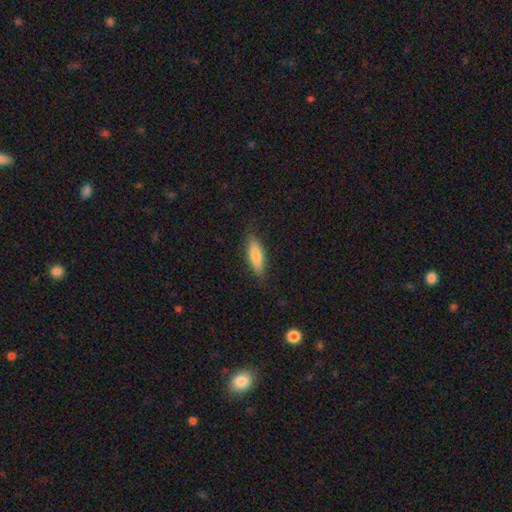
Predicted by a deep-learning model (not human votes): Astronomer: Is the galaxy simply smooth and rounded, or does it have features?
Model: smooth — 78%.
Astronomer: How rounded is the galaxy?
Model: cigar-shaped — 57% (runner-up: in between, 41%).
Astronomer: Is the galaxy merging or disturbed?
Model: none — 85%.